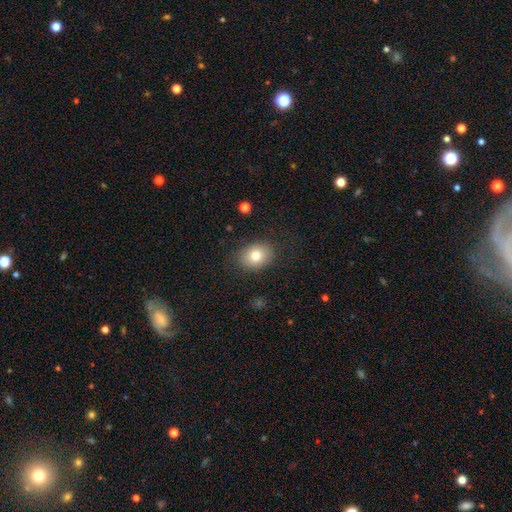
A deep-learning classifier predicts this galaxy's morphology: This is likely a smooth galaxy (78%). How rounded: possibly in between (56%). Merging: clearly none (83%).